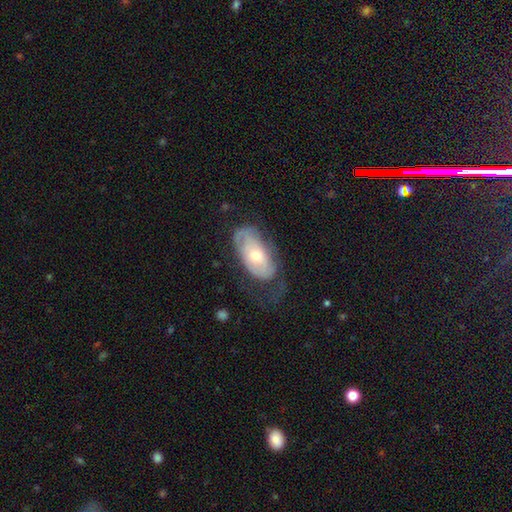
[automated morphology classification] Smooth or featured? Predicted: featured or disk (p=0.60). Edge-on disk? Predicted: no (p=0.89). Bar? Predicted: no (p=0.79). Spiral arms? Predicted: yes (p=0.57). Bulge size? Predicted: moderate (p=0.59). Merging? Predicted: none (p=0.49).